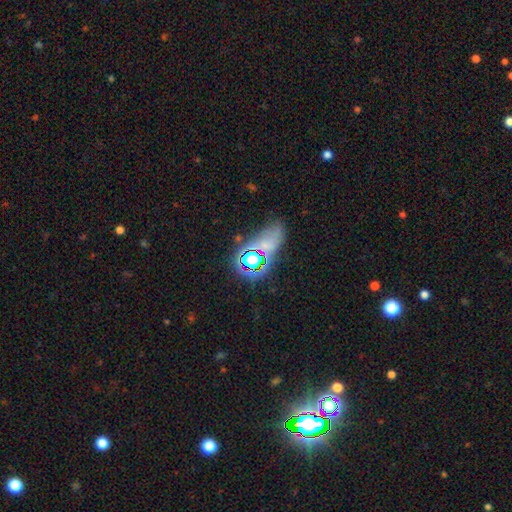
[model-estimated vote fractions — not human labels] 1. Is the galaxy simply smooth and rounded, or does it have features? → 58% star or artifact, 28% smooth, 14% featured or disk.